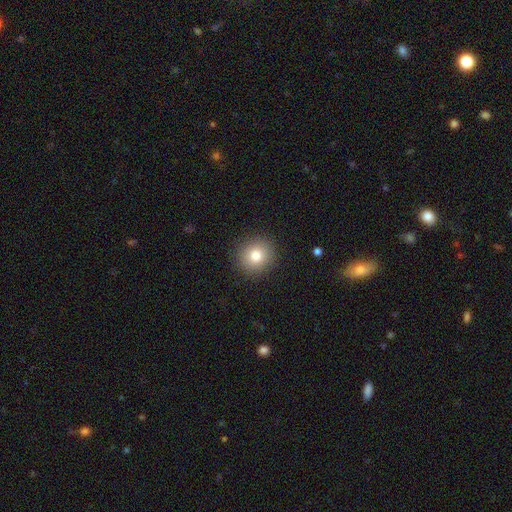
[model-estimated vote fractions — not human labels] Overall: smooth (81%). How rounded: round (89%). Merging: none (91%).